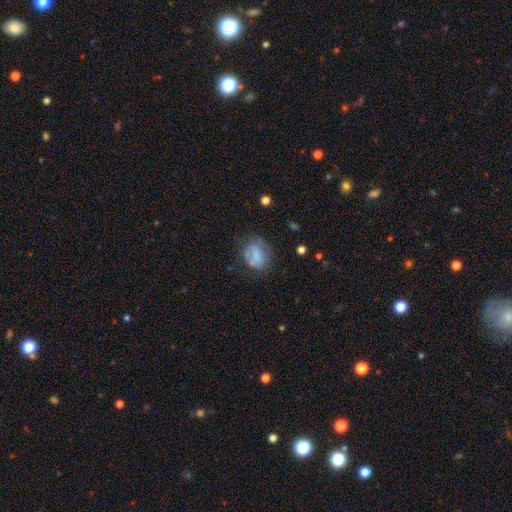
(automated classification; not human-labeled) The model was most divided on "how rounded": in between: 60%, round: 39%, cigar-shaped: 1%. More confident: smooth or featured — smooth (66%); merging — none (51%).